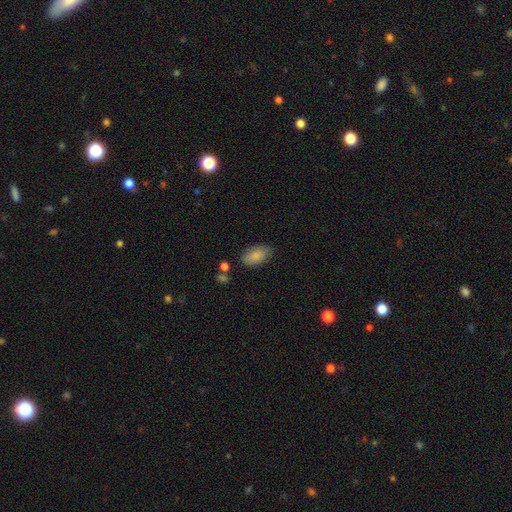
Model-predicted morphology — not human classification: type=smooth (87%); roundness=in between (93%); merging=none (77%).